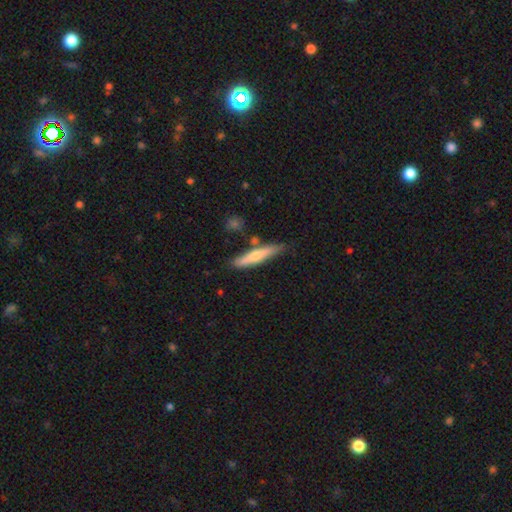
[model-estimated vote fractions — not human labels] Q: Smooth or featured?
A: smooth (56%); runner-up: featured or disk (39%)
Q: How rounded?
A: cigar-shaped (86%); runner-up: in between (12%)
Q: Merging?
A: none (74%); runner-up: minor disturbance (16%)